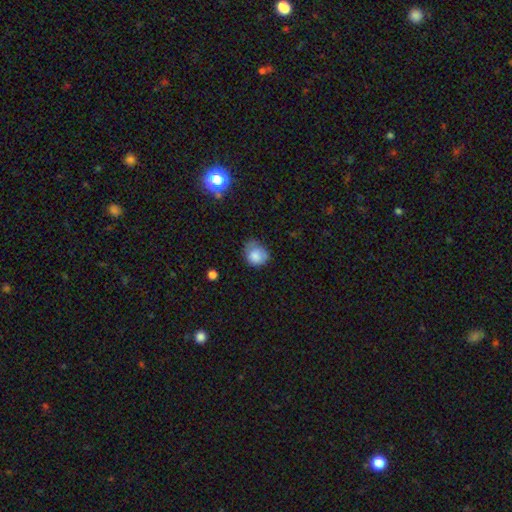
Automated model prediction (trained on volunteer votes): Overall: smooth (80%). How rounded: round (67%; in between 33%). Merging: none (44%; minor disturbance 39%).